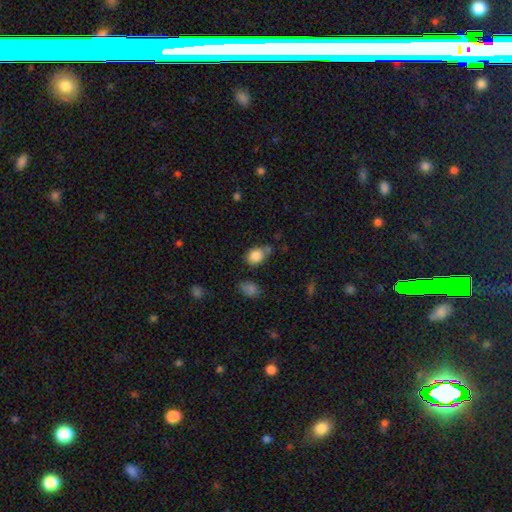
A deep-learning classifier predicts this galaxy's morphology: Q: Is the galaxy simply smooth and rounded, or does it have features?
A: smooth — 85%.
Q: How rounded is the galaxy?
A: in between — 52%.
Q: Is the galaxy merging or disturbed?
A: none — 59%.